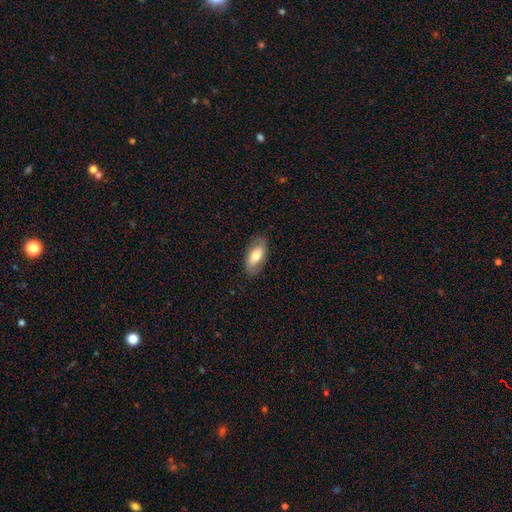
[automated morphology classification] Overall: smooth (61%; featured or disk 32%). How rounded: in between (89%). Merging: none (81%).